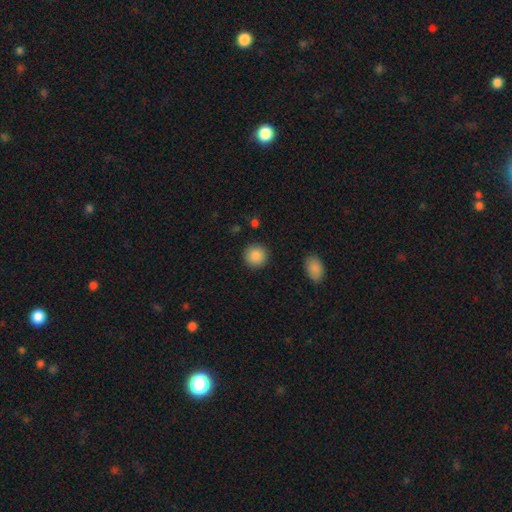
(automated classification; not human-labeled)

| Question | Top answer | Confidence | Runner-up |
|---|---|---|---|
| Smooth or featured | smooth | 88% | star or artifact (8%) |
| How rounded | round | 93% | in between (6%) |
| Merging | none | 90% | minor disturbance (6%) |